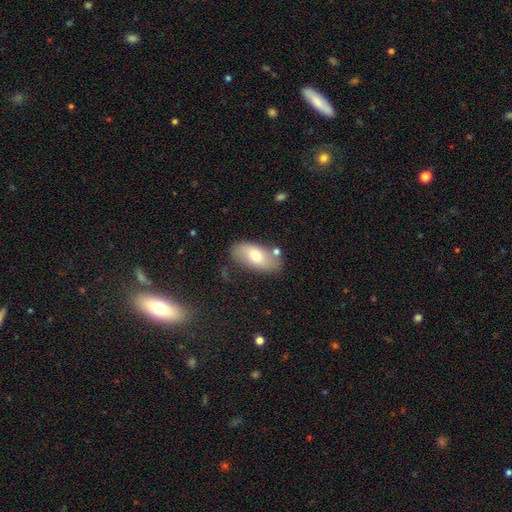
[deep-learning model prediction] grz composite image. It shows a smooth galaxy with no disk features (63%) that is in between round and cigar-shaped (91%). Merging: none (71%).